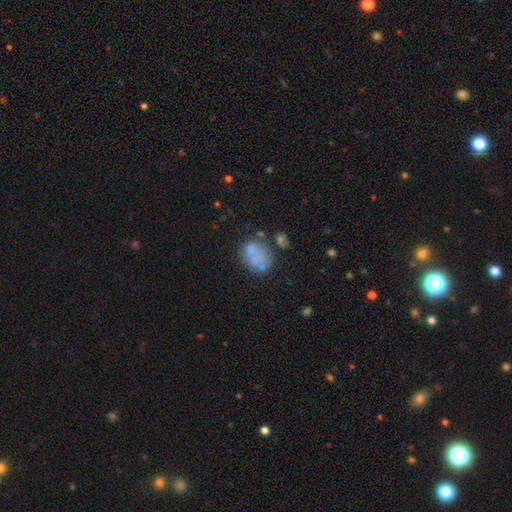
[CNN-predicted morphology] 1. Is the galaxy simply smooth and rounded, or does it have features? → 62% smooth, 25% featured or disk, 12% star or artifact.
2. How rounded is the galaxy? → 56% in between, 42% round, 1% cigar-shaped.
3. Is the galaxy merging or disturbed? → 46% none, 22% minor disturbance, 18% merger, 14% major disturbance.